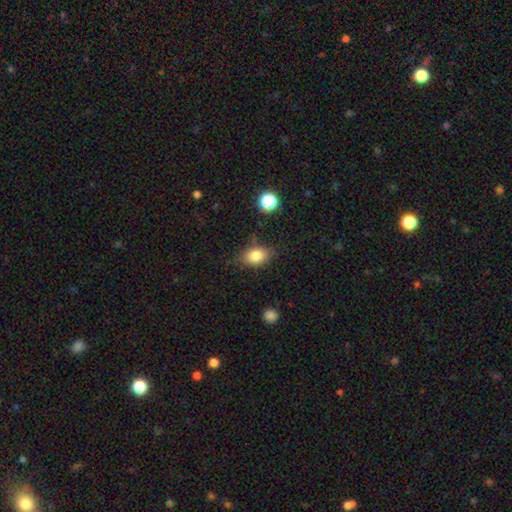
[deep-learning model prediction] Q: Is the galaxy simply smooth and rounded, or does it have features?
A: smooth — 81%.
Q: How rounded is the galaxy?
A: in between — 79%.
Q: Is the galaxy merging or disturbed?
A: none — 76%.